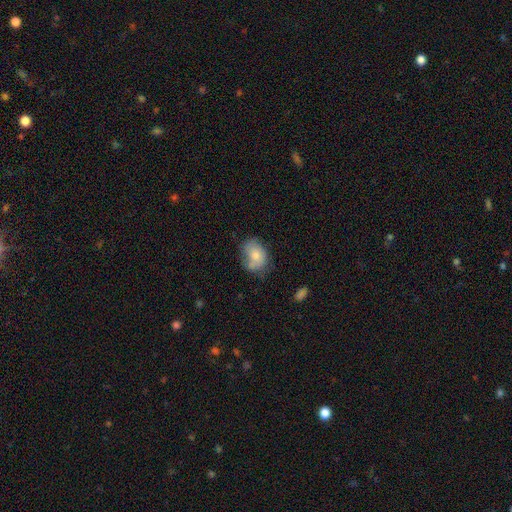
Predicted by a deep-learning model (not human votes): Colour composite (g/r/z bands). It shows a smooth galaxy with no disk features (74%) that is in between round and cigar-shaped (67%). Merging: none (48%).